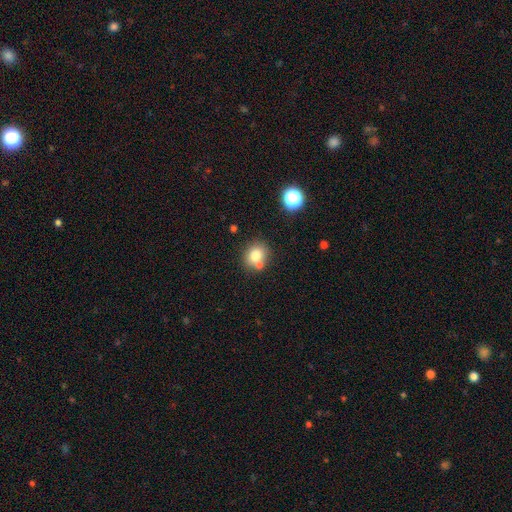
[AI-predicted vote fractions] Overall: smooth (76%). How rounded: round (71%). Merging: none (63%).